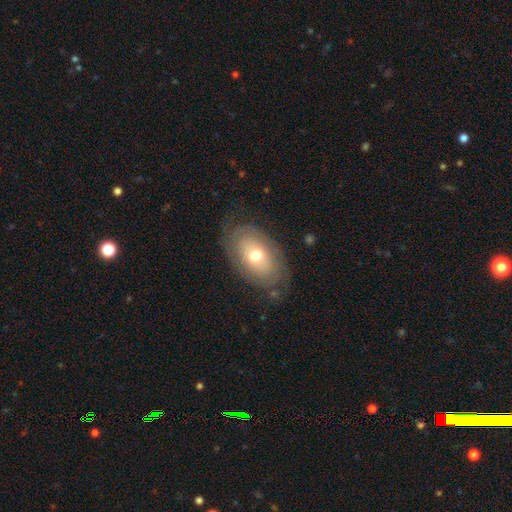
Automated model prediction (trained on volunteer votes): Smooth or featured: smooth — 54% (featured or disk — 38%)
How rounded: in between — 88% (round — 11%)
Merging: none — 76% (minor disturbance — 16%)